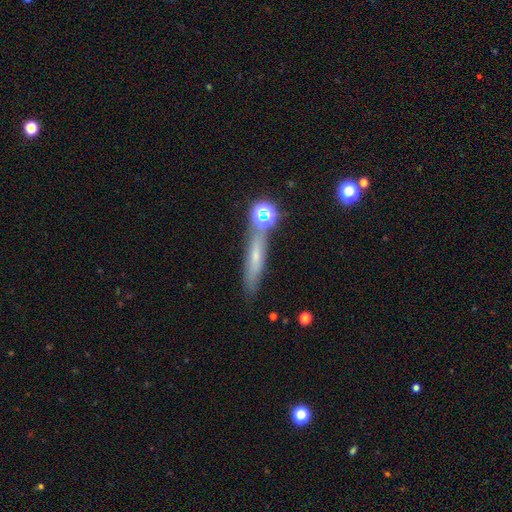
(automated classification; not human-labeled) This is possibly a smooth galaxy (48%). Merging: likely none (71%).